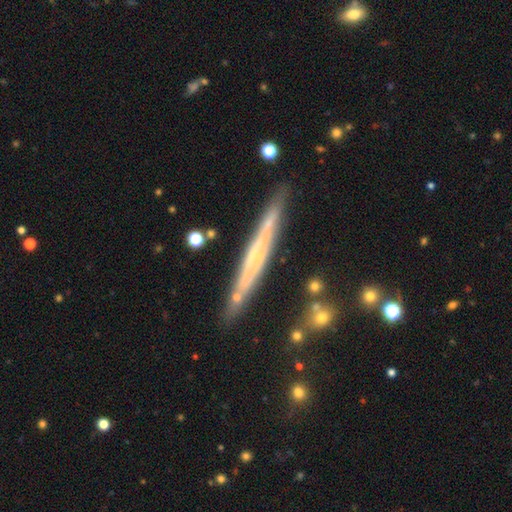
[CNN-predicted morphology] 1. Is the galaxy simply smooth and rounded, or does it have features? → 62% featured or disk, 31% smooth, 7% star or artifact.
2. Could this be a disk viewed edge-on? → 94% yes, 6% no.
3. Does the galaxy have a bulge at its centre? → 70% none, 22% rounded, 7% boxy.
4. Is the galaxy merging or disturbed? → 85% none, 10% minor disturbance, 3% merger, 2% major disturbance.